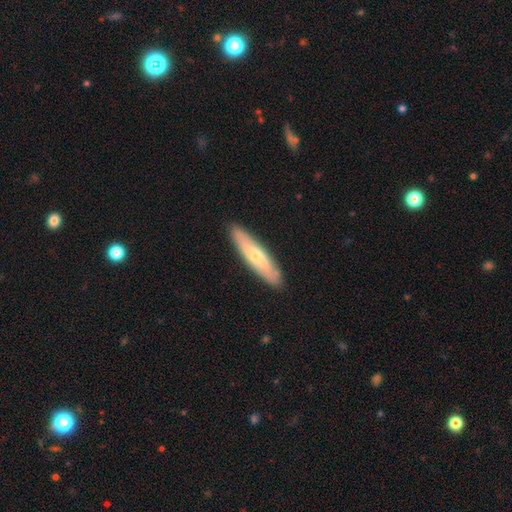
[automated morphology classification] Smooth or featured? smooth (54%)
How rounded? cigar-shaped (80%)
Merging? none (89%)